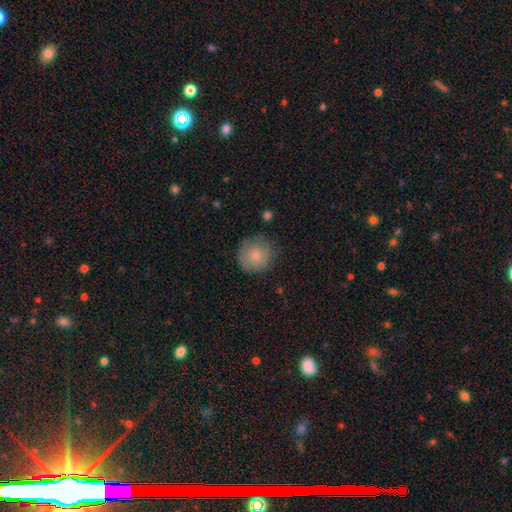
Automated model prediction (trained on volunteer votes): A smooth galaxy with no disk features (82%) that is round (92%). Merging: none (80%).